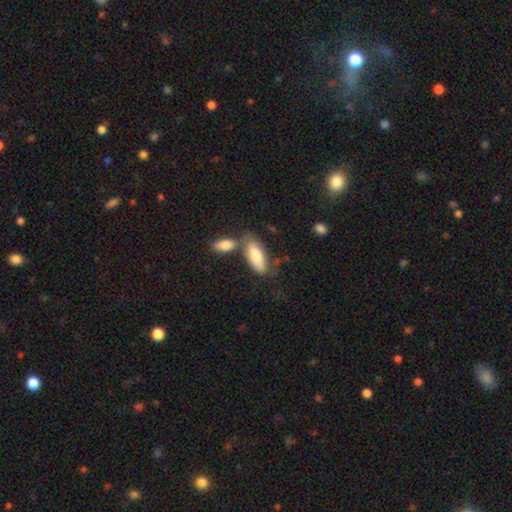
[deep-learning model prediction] Q: Smooth or featured?
A: smooth (80%); runner-up: featured or disk (15%)
Q: How rounded?
A: in between (74%); runner-up: cigar-shaped (24%)
Q: Merging?
A: none (54%); runner-up: merger (25%)